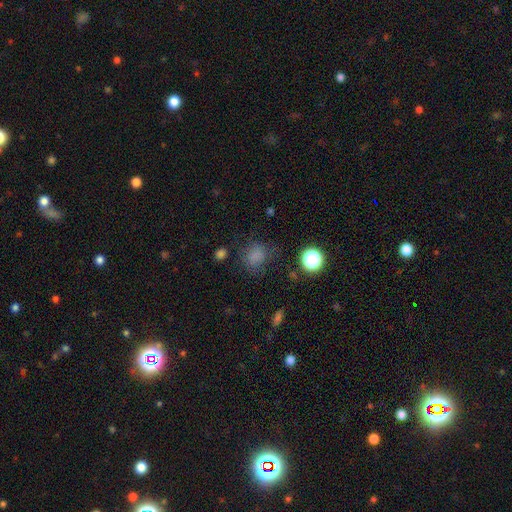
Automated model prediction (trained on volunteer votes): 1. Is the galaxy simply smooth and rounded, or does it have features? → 77% smooth, 16% star or artifact, 7% featured or disk.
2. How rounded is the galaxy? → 68% round, 31% in between, 1% cigar-shaped.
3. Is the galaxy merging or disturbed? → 69% none, 19% minor disturbance, 10% major disturbance, 3% merger.